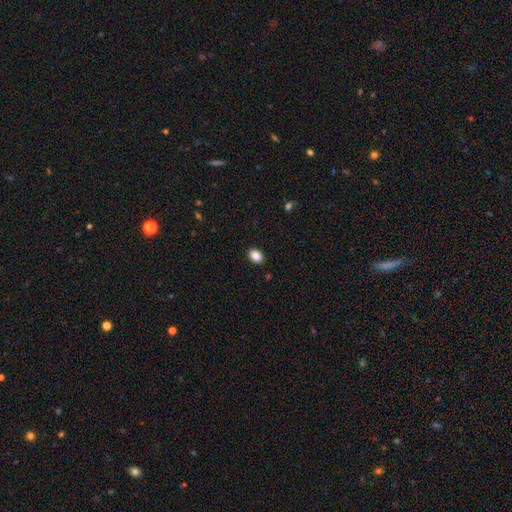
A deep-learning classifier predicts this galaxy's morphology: The model was most divided on "how rounded": in between: 80%, round: 19%, cigar-shaped: 1%. More confident: merging — none (90%); smooth or featured — smooth (88%).